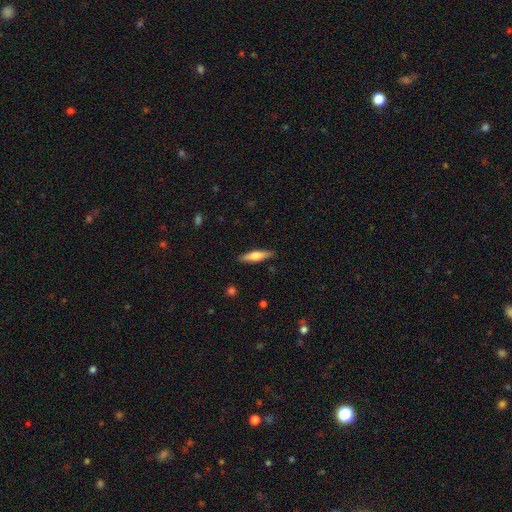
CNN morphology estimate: A smooth galaxy with no disk features (57%) that is cigar-shaped (77%).

Vote fractions:
- Smooth or featured? smooth: 57% / featured or disk: 37% / star or artifact: 6%
- How rounded? cigar-shaped: 77% / in between: 21% / round: 2%
- Merging? none: 88% / minor disturbance: 8% / major disturbance: 2% / merger: 1%